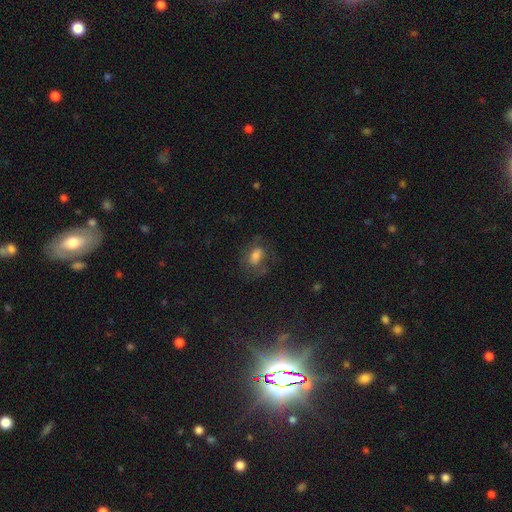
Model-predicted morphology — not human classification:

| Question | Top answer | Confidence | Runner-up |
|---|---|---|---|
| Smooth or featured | smooth | 55% | featured or disk (28%) |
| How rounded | in between | 81% | round (16%) |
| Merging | none | 58% | minor disturbance (21%) |